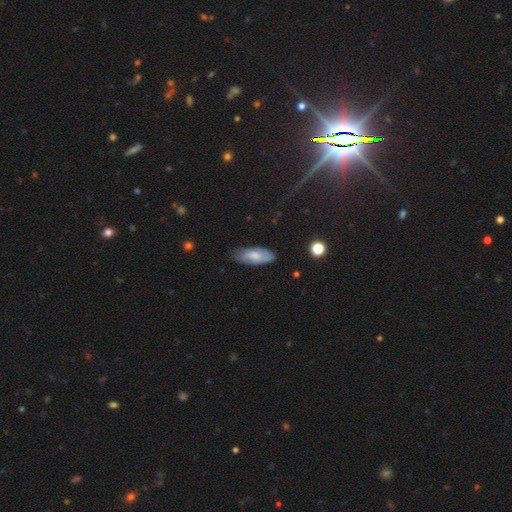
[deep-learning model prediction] Smooth or featured: smooth — 67% (featured or disk — 27%)
How rounded: in between — 82% (cigar-shaped — 16%)
Merging: none — 73% (minor disturbance — 21%)